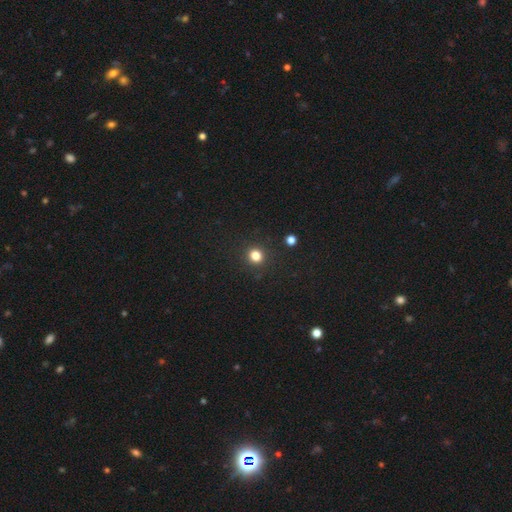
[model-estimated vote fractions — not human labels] Smooth or featured: smooth — 82% (star or artifact — 14%)
How rounded: round — 89% (in between — 10%)
Merging: none — 90% (minor disturbance — 6%)